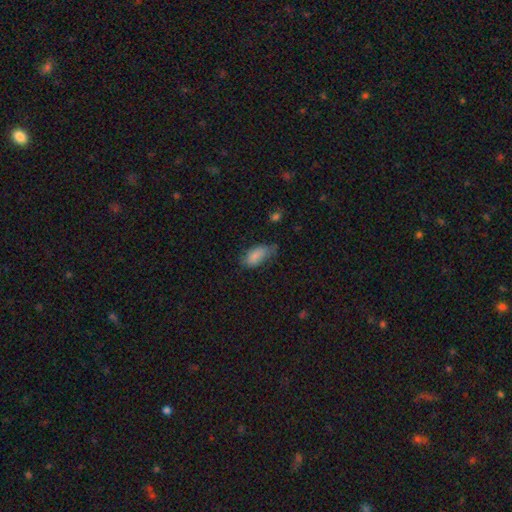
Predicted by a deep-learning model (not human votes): A smooth galaxy with no disk features (82%) that is in between round and cigar-shaped (92%). Merging: none (48%).